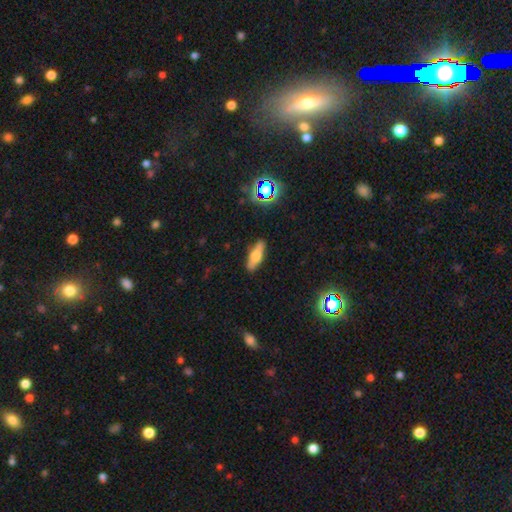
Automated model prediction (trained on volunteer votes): smooth 54%, featured or disk 37%, star or artifact 10%. Down the decision tree: how rounded — in between (51%); merging — none (87%).